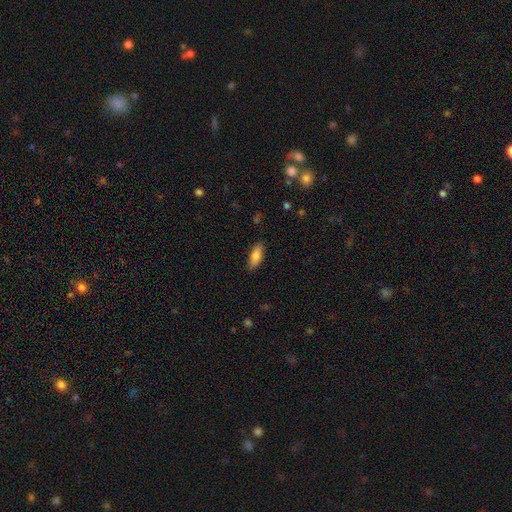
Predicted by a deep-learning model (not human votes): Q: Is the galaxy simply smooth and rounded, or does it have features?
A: smooth — 80%.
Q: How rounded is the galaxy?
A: in between — 73%.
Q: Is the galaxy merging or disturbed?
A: none — 86%.